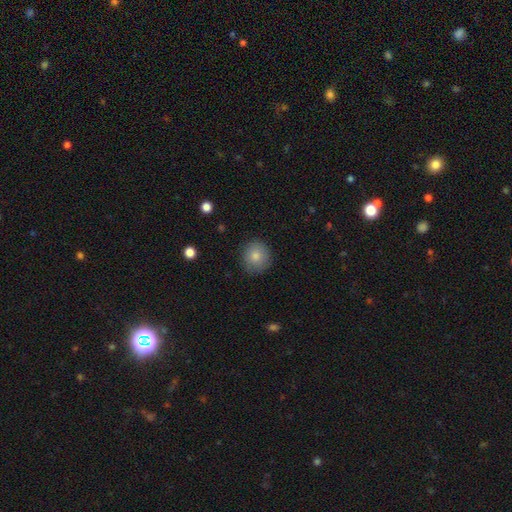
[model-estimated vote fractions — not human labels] Smooth or featured: smooth — 83% (featured or disk — 9%)
How rounded: round — 89% (in between — 10%)
Merging: none — 86% (minor disturbance — 11%)